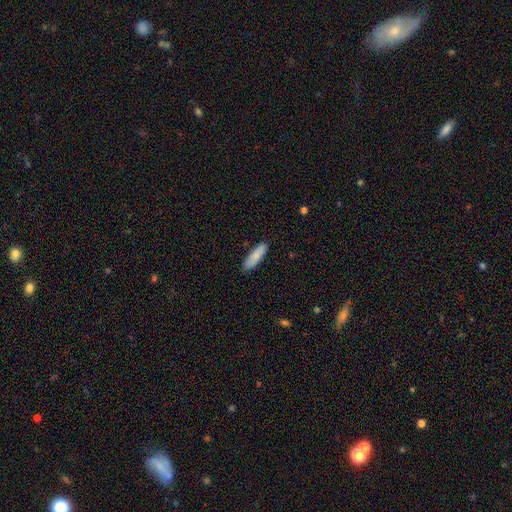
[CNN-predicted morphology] This appears to be a smooth galaxy with no disk features (84%) that is cigar-shaped (63%). Merging: none (89%).